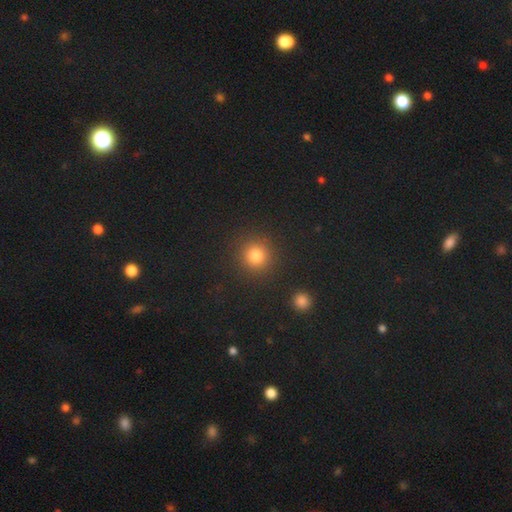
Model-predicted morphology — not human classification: Q: Smooth or featured?
A: smooth (80%); runner-up: star or artifact (14%)
Q: How rounded?
A: round (93%); runner-up: in between (6%)
Q: Merging?
A: none (89%); runner-up: minor disturbance (6%)